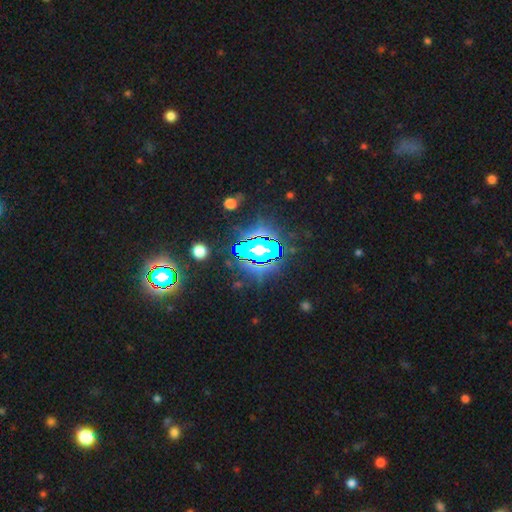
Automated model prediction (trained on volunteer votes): The model was most divided on "smooth or featured": star or artifact: 84%, smooth: 9%, featured or disk: 7%.